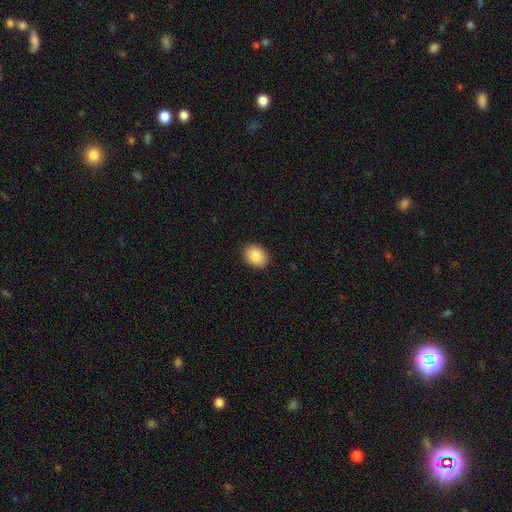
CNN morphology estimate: Smooth or featured?
  - smooth: 86% *
  - star or artifact: 8%
  - featured or disk: 6%
How rounded?
  - in between: 52% *
  - round: 47%
  - cigar-shaped: 1%
Merging?
  - none: 91% *
  - minor disturbance: 7%
  - major disturbance: 2%
  - merger: 1%